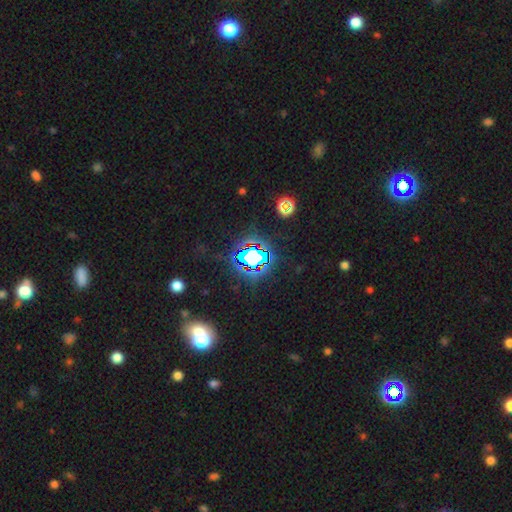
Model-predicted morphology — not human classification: type=star or artifact (73%).